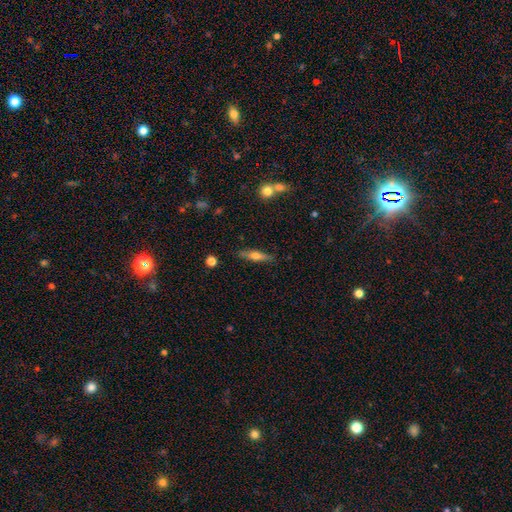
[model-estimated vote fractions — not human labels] This appears to be a smooth galaxy with no disk features (51%) that is cigar-shaped (71%). Merging: none (84%).